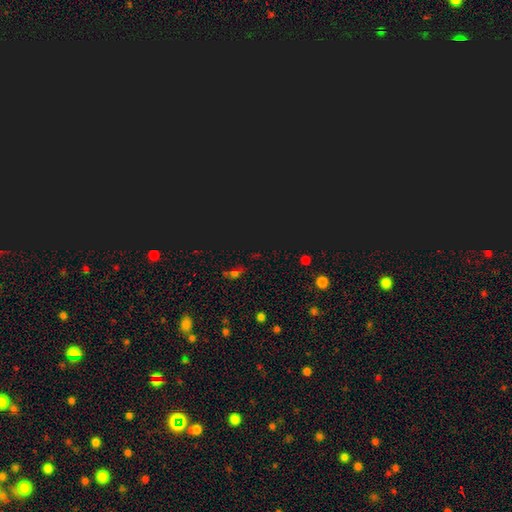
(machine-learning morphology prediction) Overall: star or artifact (65%; smooth 27%).